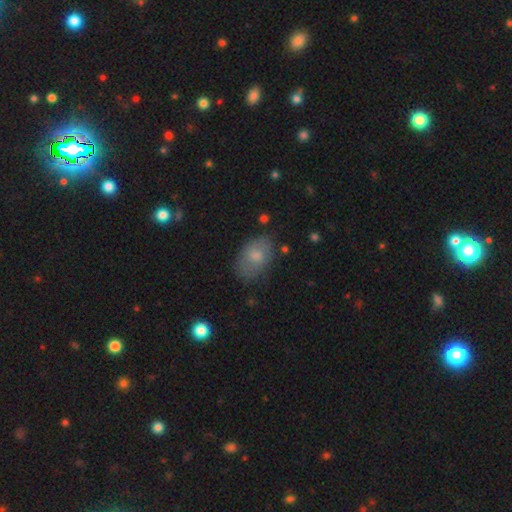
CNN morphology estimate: Smooth or featured? smooth (73%)
How rounded? in between (87%)
Merging? none (70%)